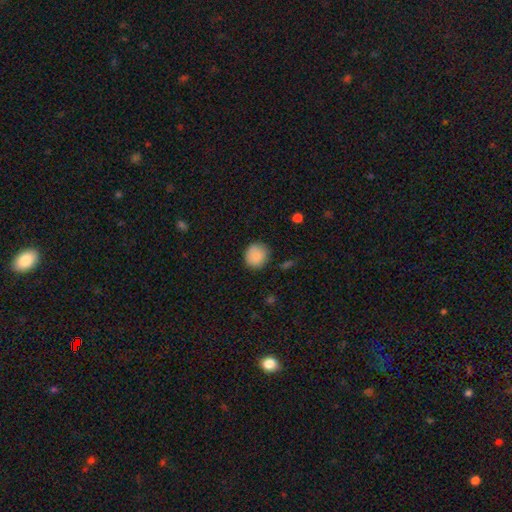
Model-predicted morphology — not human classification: smooth 87%, star or artifact 8%, featured or disk 5%. Down the decision tree: how rounded — round (87%); merging — none (83%).